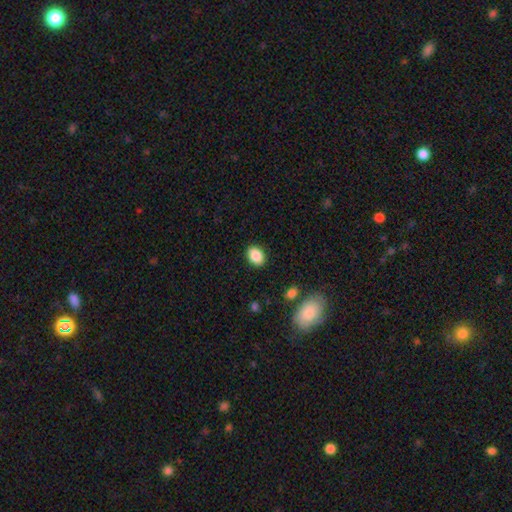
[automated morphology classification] Smooth or featured? Predicted: smooth (p=0.88). How rounded? Predicted: in between (p=0.73). Merging? Predicted: none (p=0.88).